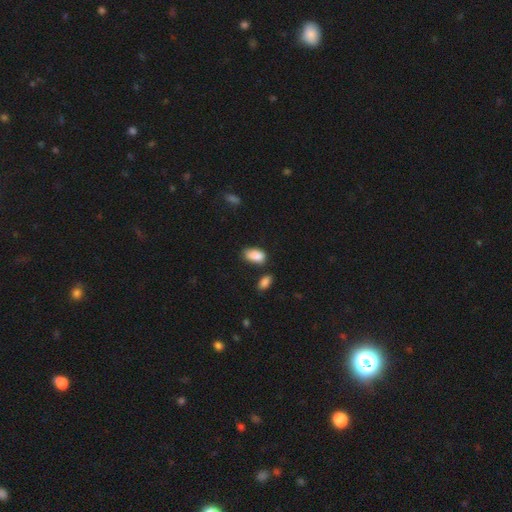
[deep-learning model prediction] Smooth or featured? Predicted: smooth (p=0.88). How rounded? Predicted: in between (p=0.93). Merging? Predicted: none (p=0.60).